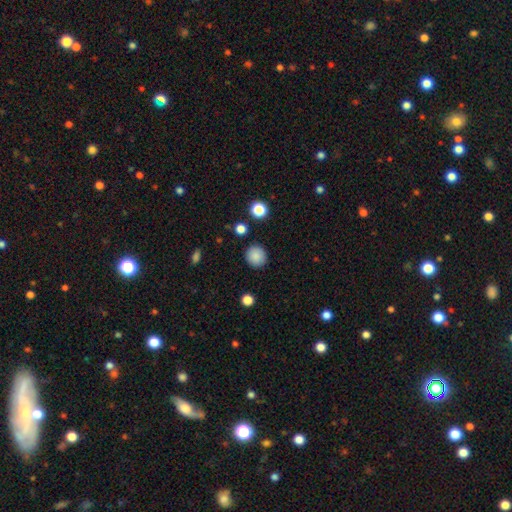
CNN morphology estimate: This is clearly a smooth galaxy (87%). How rounded: clearly round (89%). Merging: clearly none (89%).